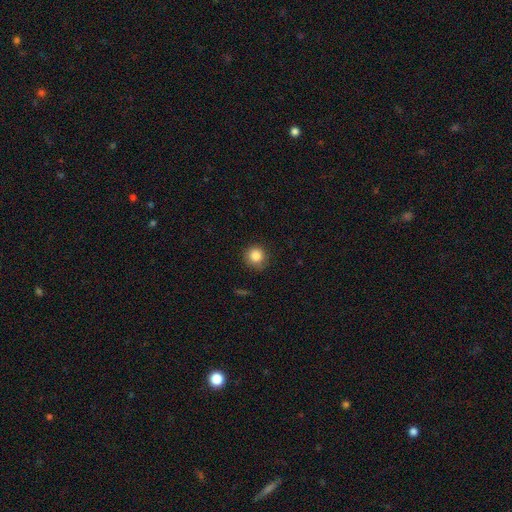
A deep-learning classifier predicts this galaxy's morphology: smooth-or-featured: smooth: 86% | star or artifact: 10% | featured or disk: 4%
  how-rounded: round: 92% | in between: 7% | cigar-shaped: 1%
  merging: none: 83% | minor disturbance: 13% | major disturbance: 3% | merger: 1%